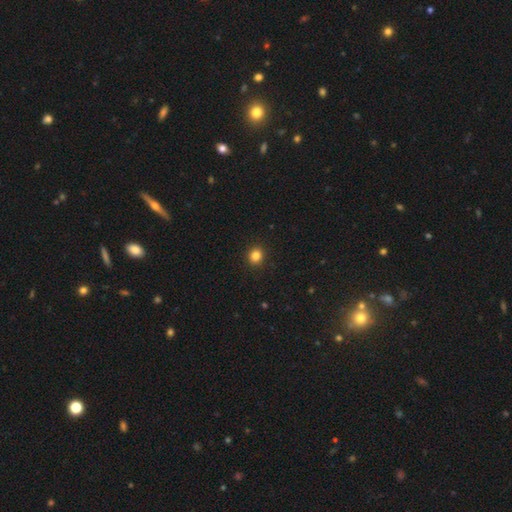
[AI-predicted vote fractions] Q: Smooth or featured?
A: smooth (84%); runner-up: star or artifact (12%)
Q: How rounded?
A: round (84%); runner-up: in between (15%)
Q: Merging?
A: none (92%); runner-up: minor disturbance (5%)